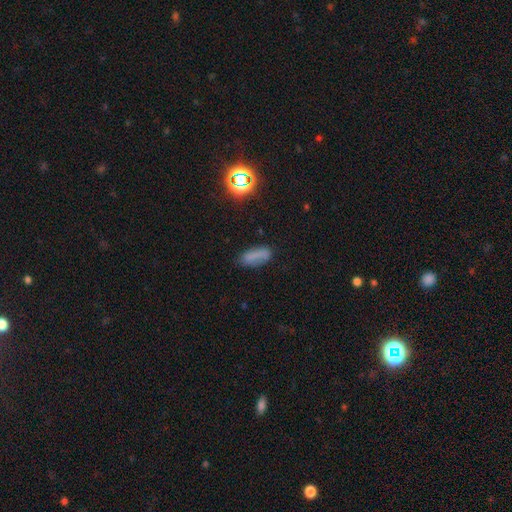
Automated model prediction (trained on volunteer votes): This appears to be a smooth galaxy with no disk features (73%) that is in between round and cigar-shaped (75%). Merging: none (69%).